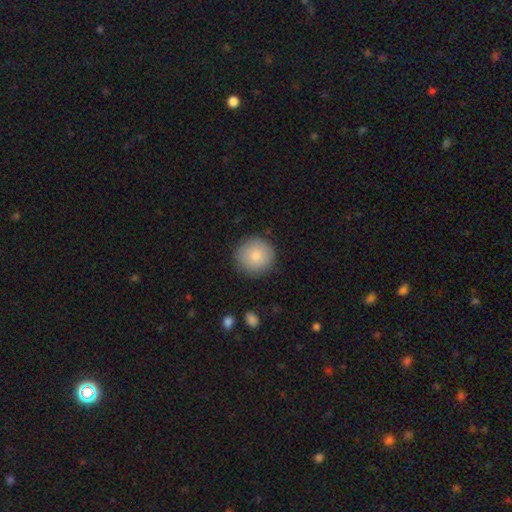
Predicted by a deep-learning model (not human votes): smooth-or-featured: smooth: 82% | featured or disk: 10% | star or artifact: 7%
  how-rounded: round: 94% | in between: 5% | cigar-shaped: 1%
  merging: none: 87% | minor disturbance: 9% | major disturbance: 3% | merger: 1%